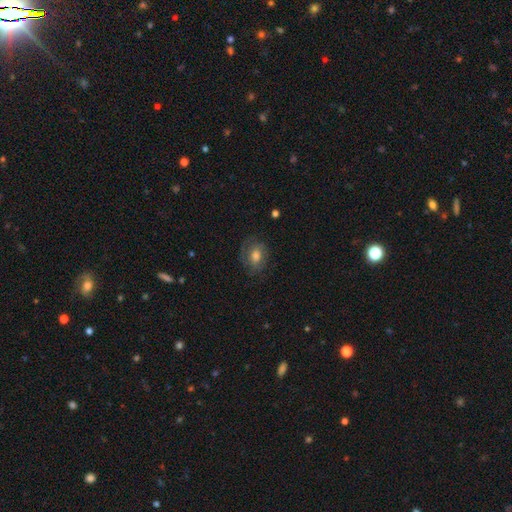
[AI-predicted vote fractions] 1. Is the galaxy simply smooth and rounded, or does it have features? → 50% smooth, 39% featured or disk, 11% star or artifact.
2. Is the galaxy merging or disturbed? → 74% none, 17% minor disturbance, 8% major disturbance, 1% merger.